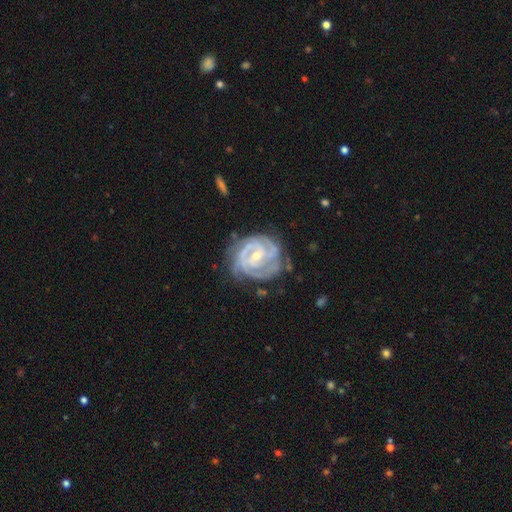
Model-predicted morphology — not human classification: Smooth or featured? featured or disk (91%)
Edge-on disk? no (98%)
Bar? weak (44%)
Spiral arms? yes (98%)
Spiral winding? tight (75%)
Spiral arm count? 3 (33%)
Bulge size? small (59%)
Merging? none (69%)